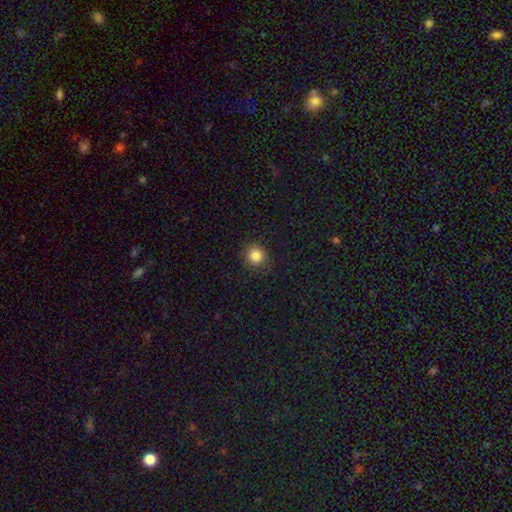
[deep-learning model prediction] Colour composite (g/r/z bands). It shows a smooth galaxy with no disk features (86%) that is round (91%). Merging: none (89%).